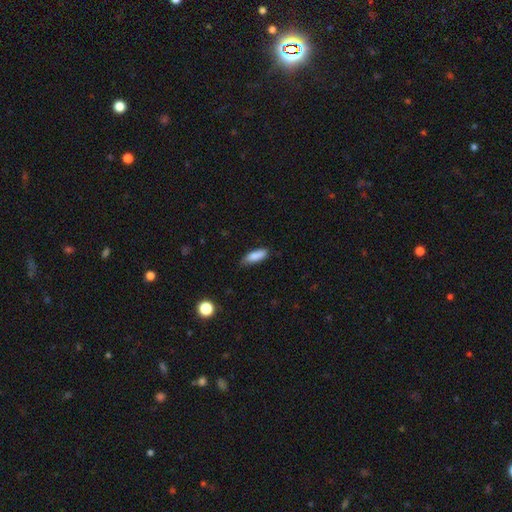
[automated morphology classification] A smooth galaxy with no disk features (86%) that is in between round and cigar-shaped (58%).

Vote fractions:
- Smooth or featured? smooth: 86% / star or artifact: 7% / featured or disk: 7%
- How rounded? in between: 58% / cigar-shaped: 40% / round: 2%
- Merging? none: 68% / minor disturbance: 26% / major disturbance: 4% / merger: 1%